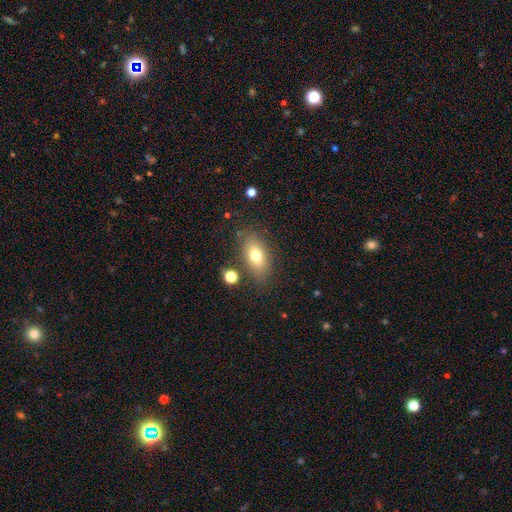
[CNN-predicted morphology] Q: Smooth or featured?
A: smooth (73%); runner-up: featured or disk (17%)
Q: How rounded?
A: in between (85%); runner-up: round (8%)
Q: Merging?
A: none (79%); runner-up: minor disturbance (13%)